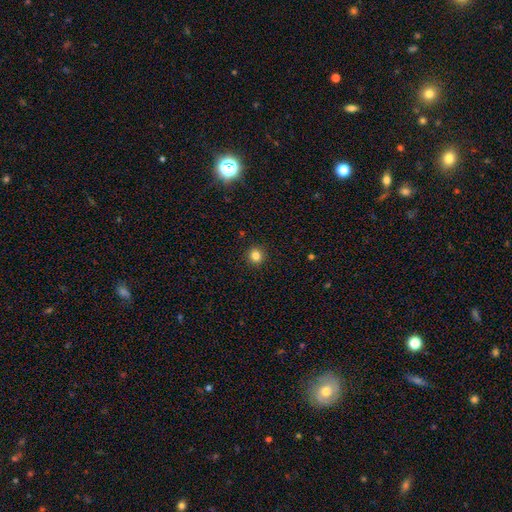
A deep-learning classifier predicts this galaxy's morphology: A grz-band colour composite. It shows a smooth galaxy with no disk features (83%) that is round (90%). Merging: none (92%).